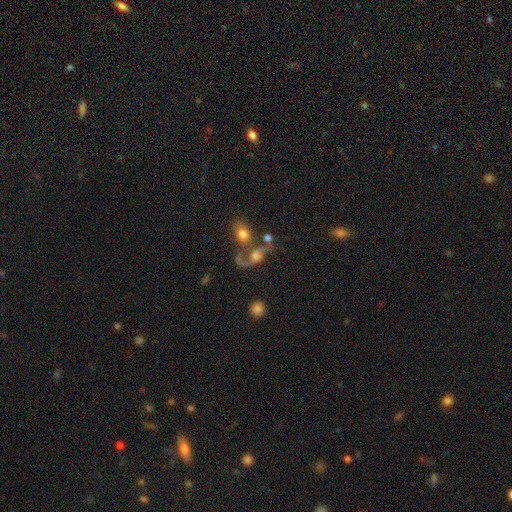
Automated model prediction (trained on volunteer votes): Overall: featured or disk (70%). Edge-on disk: no (95%). Bar: no (62%; weak 30%). Spiral arms: yes (87%). Spiral arm count: 2 (80%). Spiral winding: loose (81%). Bulge size: moderate (42%; large 22%). Merging: merger (36%; none 32%).